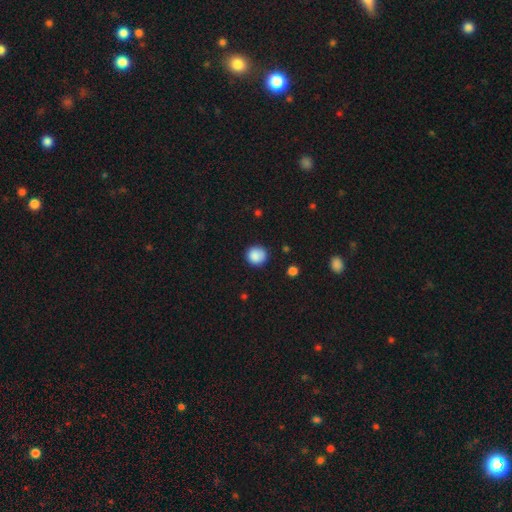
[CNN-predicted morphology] Smooth or featured?
  - smooth: 87% *
  - star or artifact: 9%
  - featured or disk: 4%
How rounded?
  - round: 91% *
  - in between: 8%
  - cigar-shaped: 1%
Merging?
  - none: 83% *
  - minor disturbance: 13%
  - major disturbance: 3%
  - merger: 2%